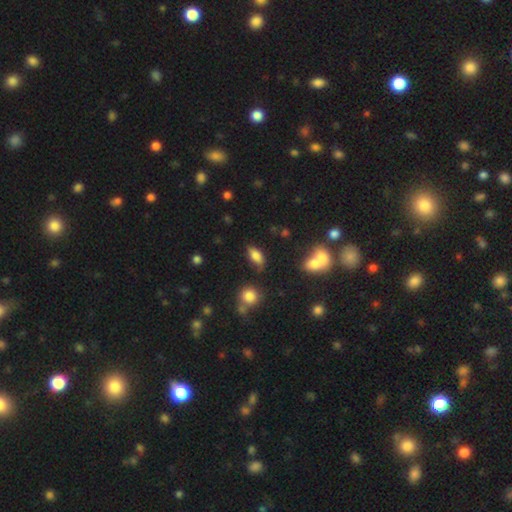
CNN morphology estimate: Smooth or featured?
  - smooth: 74% *
  - featured or disk: 16%
  - star or artifact: 10%
How rounded?
  - in between: 84% *
  - cigar-shaped: 11%
  - round: 5%
Merging?
  - none: 69% *
  - minor disturbance: 19%
  - merger: 6%
  - major disturbance: 5%